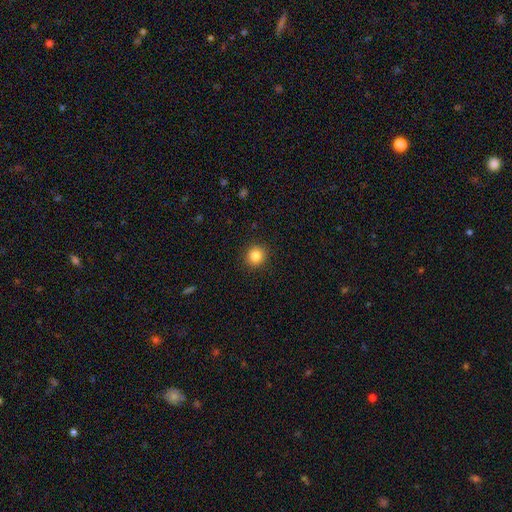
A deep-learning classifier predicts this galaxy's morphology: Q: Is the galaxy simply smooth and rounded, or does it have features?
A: smooth — 84%.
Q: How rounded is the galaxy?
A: round — 91%.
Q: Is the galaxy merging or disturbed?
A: none — 91%.